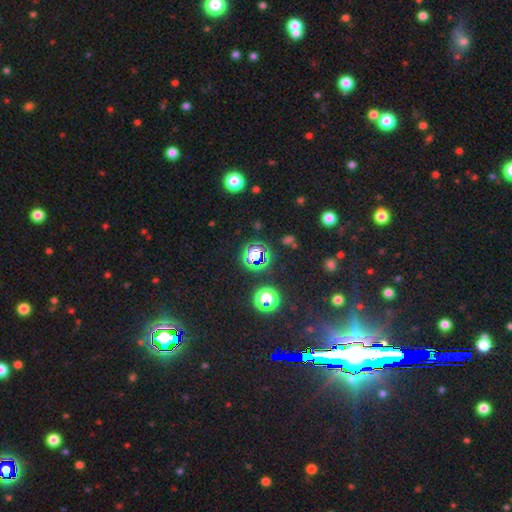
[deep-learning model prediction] smooth_or_featured: star or artifact (p=0.66) [alt: smooth p=0.24]